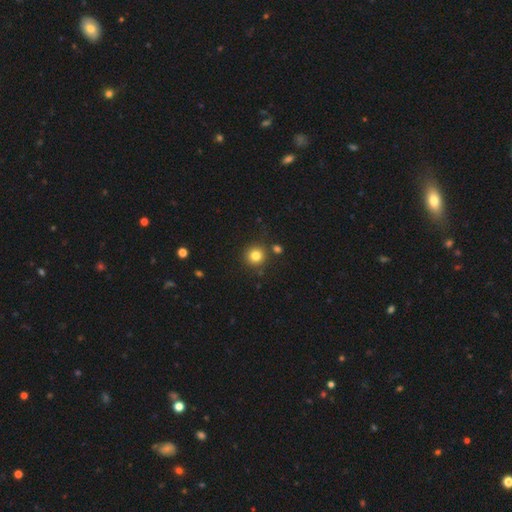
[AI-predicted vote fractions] Morphology: type=smooth (81%); roundness=round (94%); merging=none (85%).